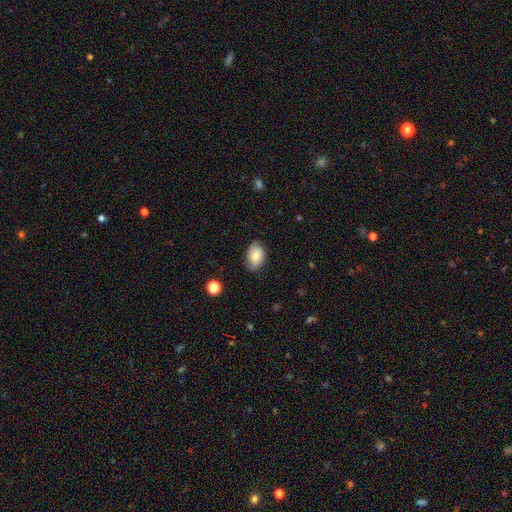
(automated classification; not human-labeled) Smooth or featured? smooth (63%)
How rounded? in between (80%)
Merging? none (74%)